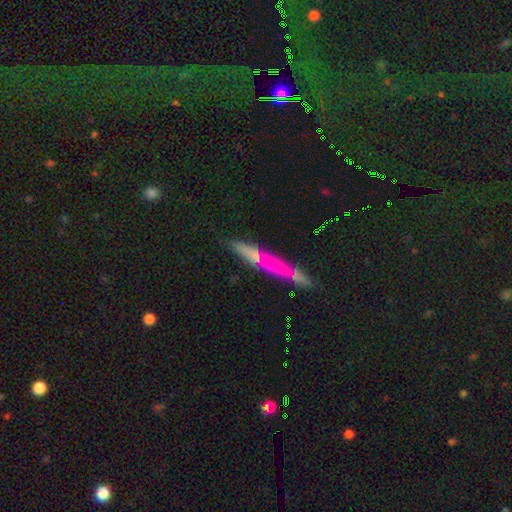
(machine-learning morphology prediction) Smooth or featured: smooth — 50% (featured or disk — 39%)
Merging: none — 81% (minor disturbance — 11%)